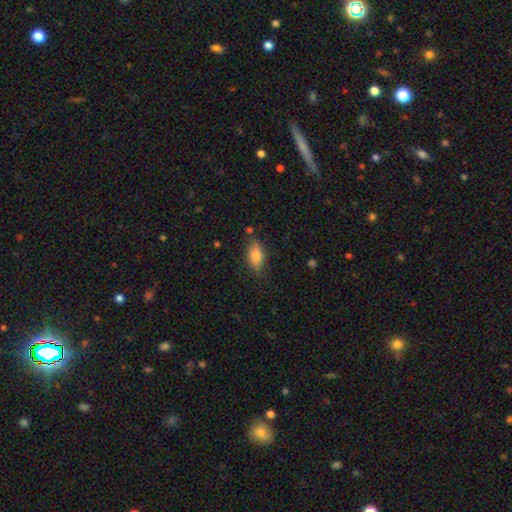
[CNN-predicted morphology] This appears to be a smooth galaxy with no disk features (72%) that is in between round and cigar-shaped (83%). Merging: none (69%).